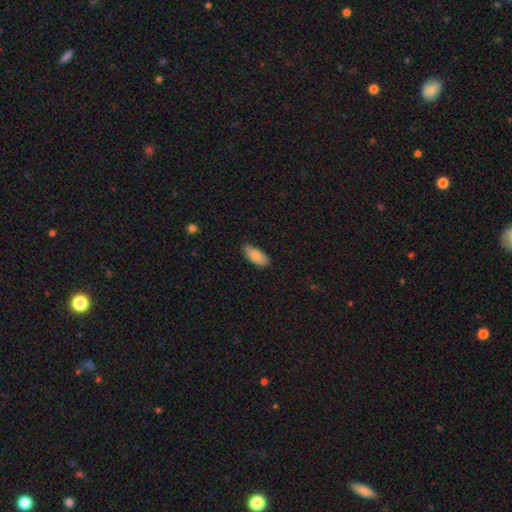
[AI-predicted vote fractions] Smooth or featured: smooth — 82% (featured or disk — 12%)
How rounded: in between — 87% (cigar-shaped — 11%)
Merging: none — 69% (minor disturbance — 26%)